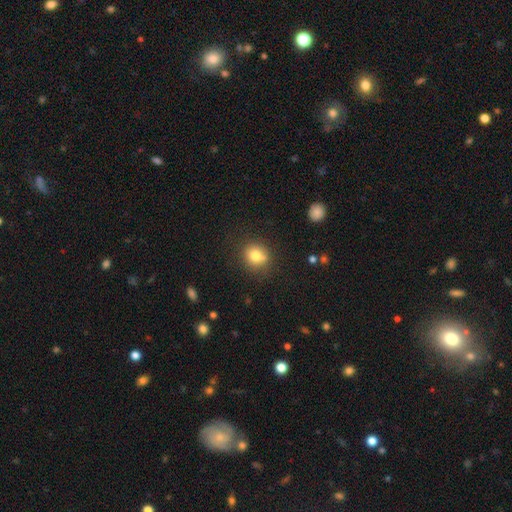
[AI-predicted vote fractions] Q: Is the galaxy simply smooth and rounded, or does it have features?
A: smooth — 77%.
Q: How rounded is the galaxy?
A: round — 81%.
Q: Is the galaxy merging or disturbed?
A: none — 69%.